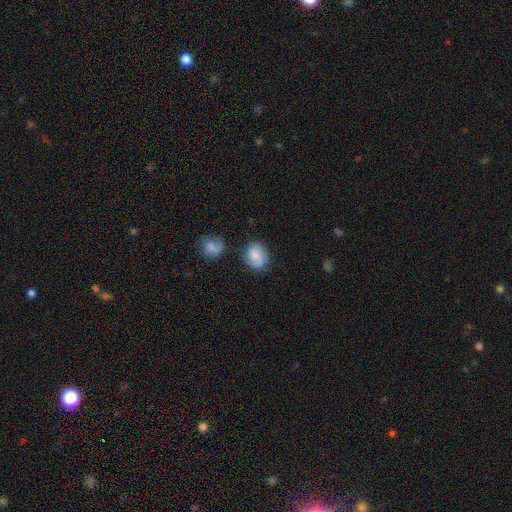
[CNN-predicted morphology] A smooth galaxy with no disk features (80%) that is round (51%). Merging: none (68%).